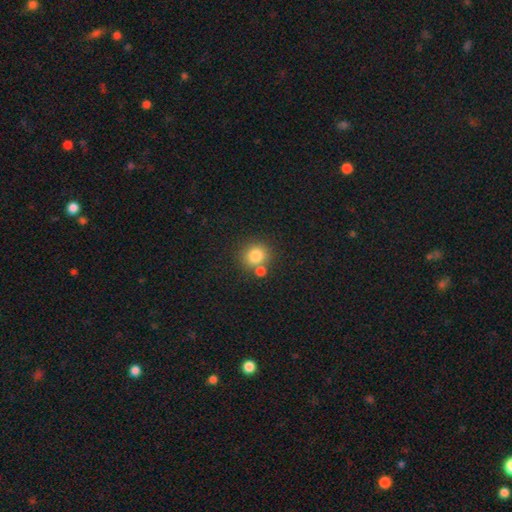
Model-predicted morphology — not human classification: A smooth galaxy with no disk features (81%) that is round (84%). Merging: none (65%).